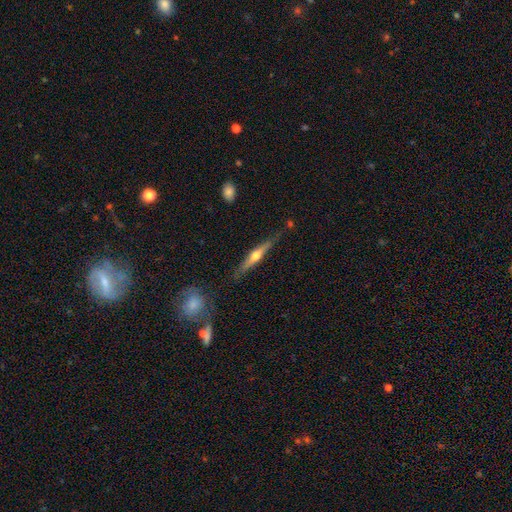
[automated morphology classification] Q: Smooth or featured?
A: featured or disk (65%); runner-up: smooth (29%)
Q: Edge-on disk?
A: yes (96%); runner-up: no (4%)
Q: Edge-on bulge?
A: rounded (90%); runner-up: none (6%)
Q: Merging?
A: none (80%); runner-up: minor disturbance (15%)